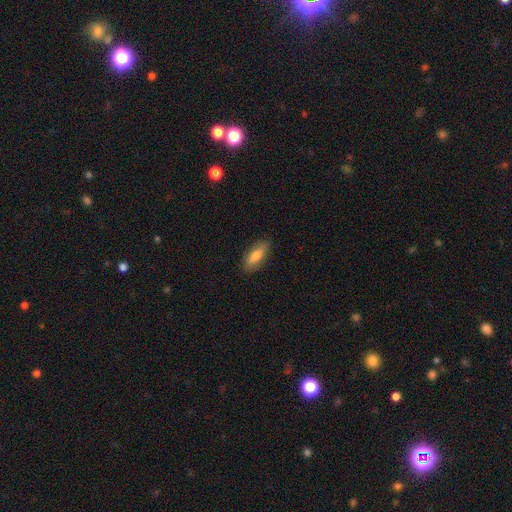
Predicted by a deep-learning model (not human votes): Smooth or featured: smooth — 73% (featured or disk — 21%)
How rounded: in between — 69% (cigar-shaped — 29%)
Merging: none — 85% (minor disturbance — 11%)